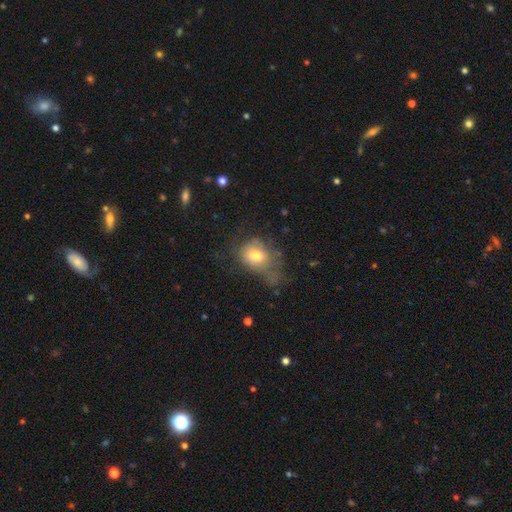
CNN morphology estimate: smooth_or_featured: smooth (p=0.72) [alt: featured or disk p=0.18]
how_rounded: in between (p=0.50) [alt: round p=0.49]
merging: none (p=0.33) [tied with: major disturbance p=0.33]